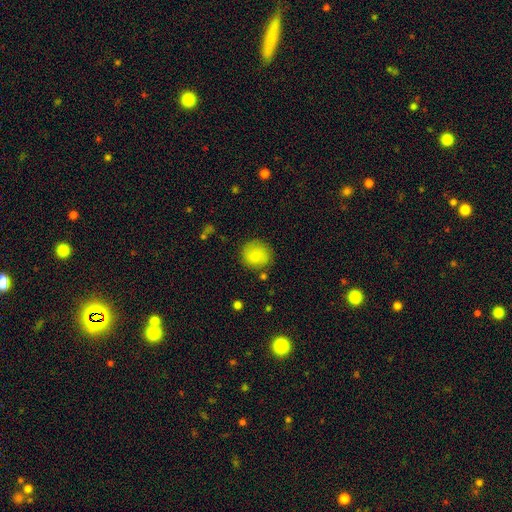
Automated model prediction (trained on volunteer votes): Morphology: type=smooth (85%); roundness=round (89%); merging=none (82%).